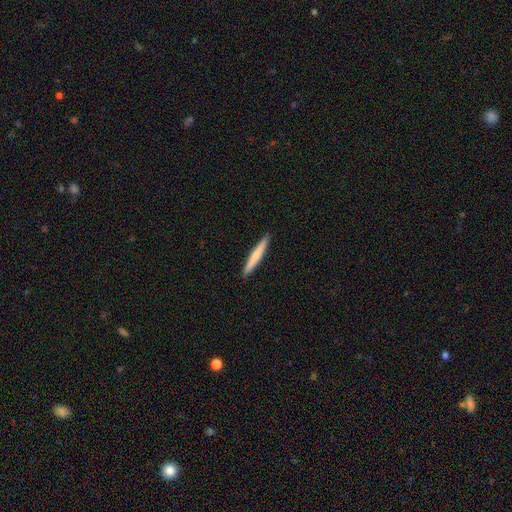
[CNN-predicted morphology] Smooth or featured? Predicted: smooth (p=0.68). How rounded? Predicted: cigar-shaped (p=0.96). Merging? Predicted: none (p=0.92).